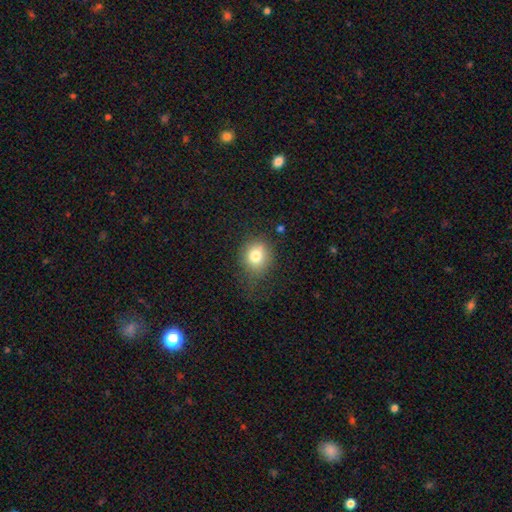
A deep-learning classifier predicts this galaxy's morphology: smooth 78%, star or artifact 12%, featured or disk 11%. Down the decision tree: how rounded — round (77%); merging — none (69%).